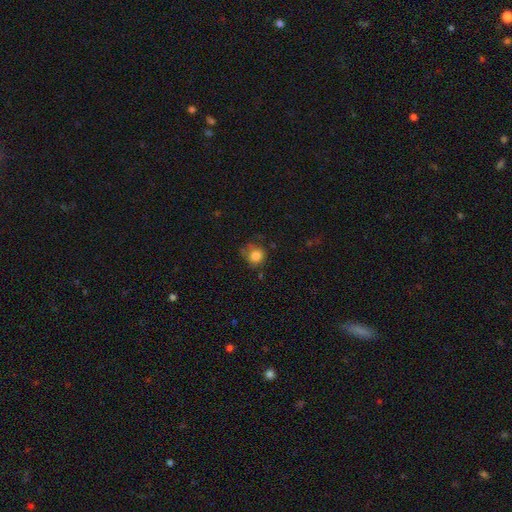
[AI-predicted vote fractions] smooth_or_featured: smooth (p=0.82) [alt: star or artifact p=0.10]
how_rounded: round (p=0.84) [alt: in between p=0.15]
merging: none (p=0.59) [alt: minor disturbance p=0.26]